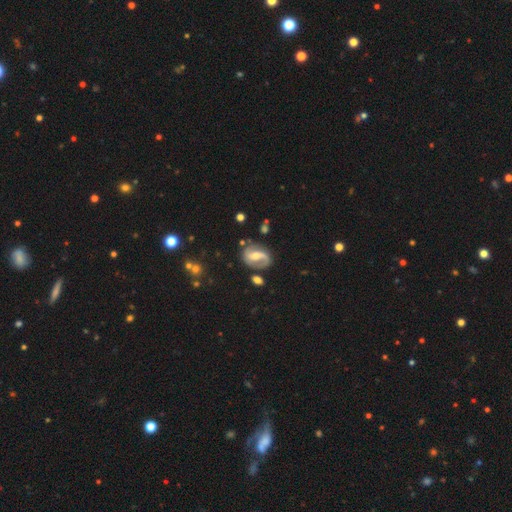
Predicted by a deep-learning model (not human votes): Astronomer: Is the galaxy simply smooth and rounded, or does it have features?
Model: featured or disk — 82%.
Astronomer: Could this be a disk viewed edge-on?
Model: no — 97%.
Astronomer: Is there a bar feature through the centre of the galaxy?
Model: weak — 45% (runner-up: strong, 32%).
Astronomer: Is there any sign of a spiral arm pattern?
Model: yes — 93%.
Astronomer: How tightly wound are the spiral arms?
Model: medium — 46% (runner-up: loose, 32%).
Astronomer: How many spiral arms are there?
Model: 2 — 77%.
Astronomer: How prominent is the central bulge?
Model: moderate — 57% (runner-up: small, 35%).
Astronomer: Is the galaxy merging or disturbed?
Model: none — 68%.